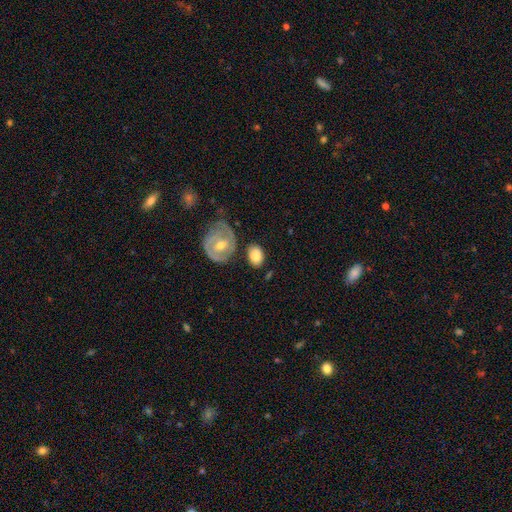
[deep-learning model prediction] Overall: smooth (74%). How rounded: in between (73%). Merging: none (61%).